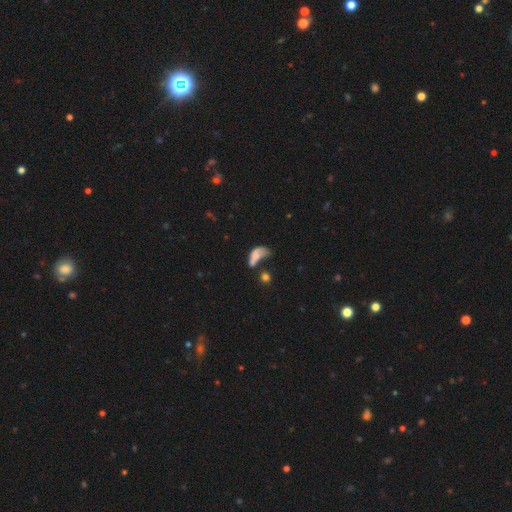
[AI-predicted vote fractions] This appears to be a smooth galaxy with no disk features (62%) that is in between round and cigar-shaped (81%). Merging: major disturbance (33%).